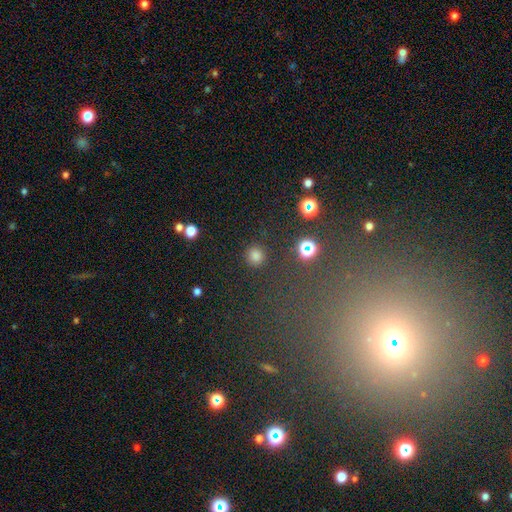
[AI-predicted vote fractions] This appears to be a smooth galaxy with no disk features (78%) that is round (95%). Merging: none (89%).